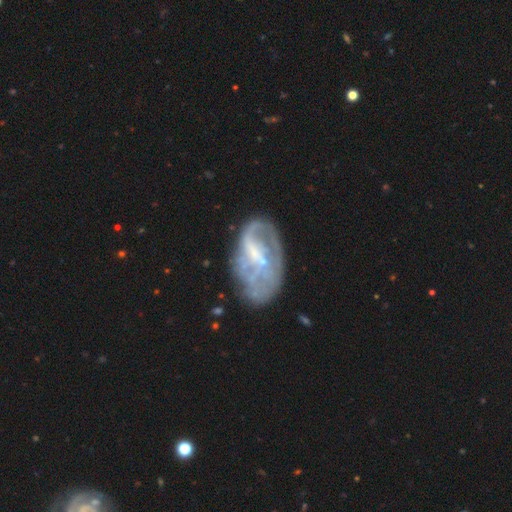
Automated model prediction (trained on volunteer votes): smooth_or_featured: featured or disk (p=0.69) [alt: smooth p=0.23]
disk_edge_on: no (p=0.96) [alt: yes p=0.04]
bar: no (p=0.45) [alt: weak p=0.39]
has_spiral_arms: yes (p=0.51) [alt: no p=0.49]
bulge_size: small (p=0.41) [alt: none p=0.36]
merging: none (p=0.46) [alt: major disturbance p=0.25]